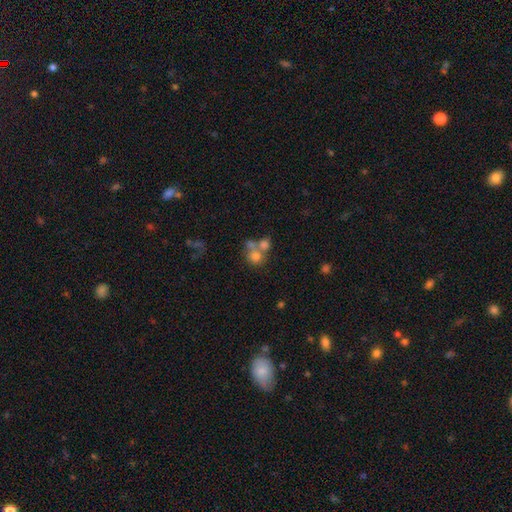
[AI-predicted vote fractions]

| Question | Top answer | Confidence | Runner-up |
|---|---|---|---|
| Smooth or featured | smooth | 67% | featured or disk (19%) |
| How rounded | round | 79% | in between (20%) |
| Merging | merger | 51% | none (35%) |